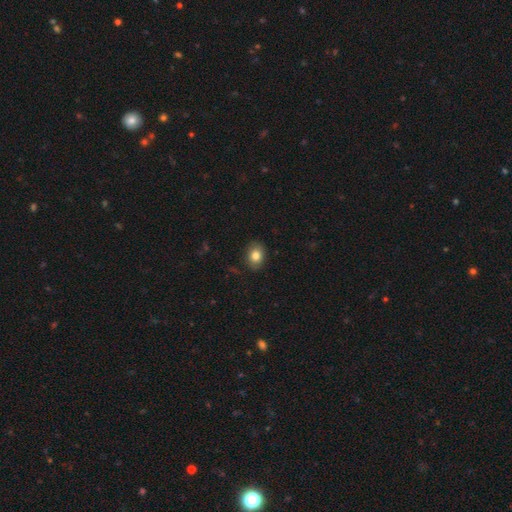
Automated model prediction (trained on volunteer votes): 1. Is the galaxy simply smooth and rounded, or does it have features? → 82% smooth, 9% featured or disk, 9% star or artifact.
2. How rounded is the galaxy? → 64% in between, 35% round, 1% cigar-shaped.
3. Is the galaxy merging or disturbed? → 86% none, 11% minor disturbance, 2% major disturbance, 1% merger.